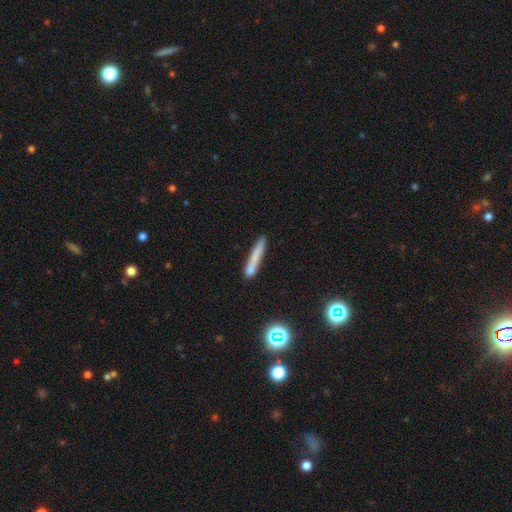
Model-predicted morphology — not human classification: This is likely a smooth galaxy (72%). How rounded: clearly cigar-shaped (94%). Merging: likely none (74%).